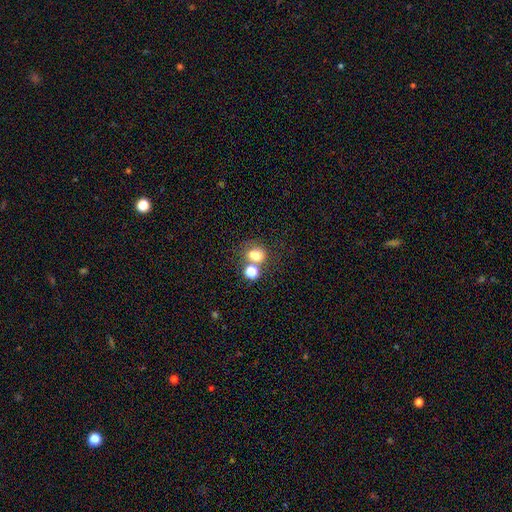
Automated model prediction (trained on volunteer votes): smooth 72%, star or artifact 16%, featured or disk 12%. Down the decision tree: how rounded — round (55%); merging — merger (42%).